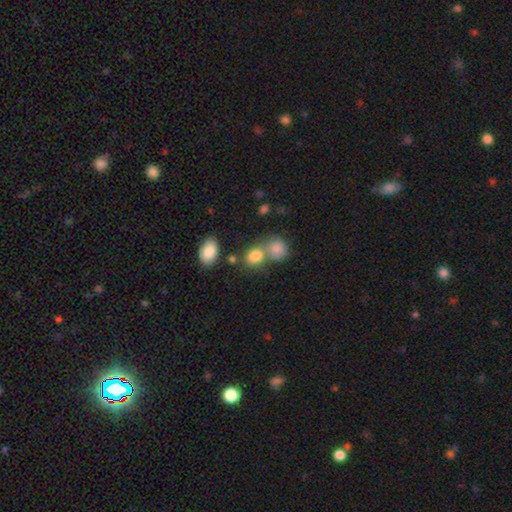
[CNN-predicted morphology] The model was most divided on "merging": merger: 45%, none: 41%, minor disturbance: 10%, major disturbance: 5%. More confident: smooth or featured — smooth (83%); how rounded — in between (55%).